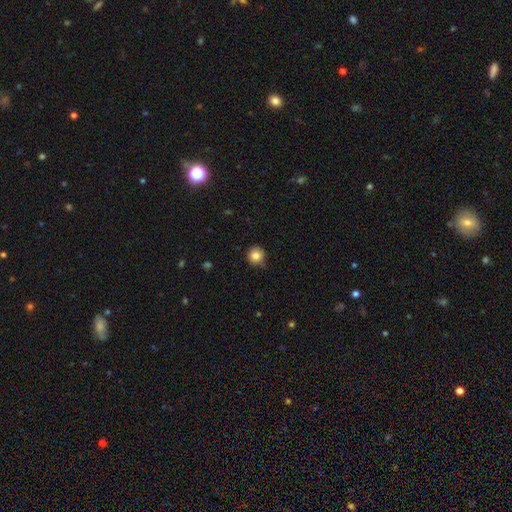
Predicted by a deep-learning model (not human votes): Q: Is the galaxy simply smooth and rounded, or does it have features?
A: smooth — 83%.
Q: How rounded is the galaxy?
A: round — 93%.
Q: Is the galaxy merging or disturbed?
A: none — 75%.